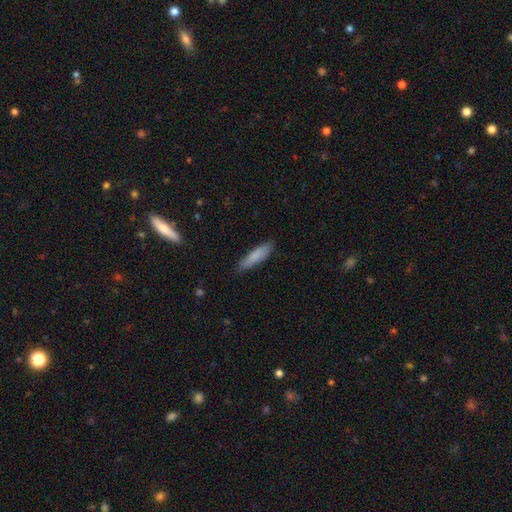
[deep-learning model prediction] Overall: smooth (82%). How rounded: cigar-shaped (72%). Merging: none (83%).